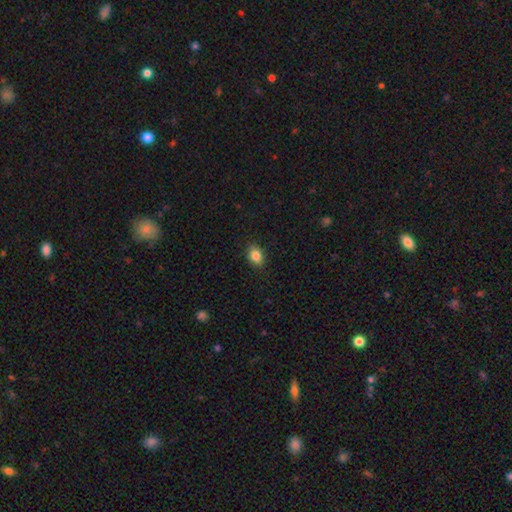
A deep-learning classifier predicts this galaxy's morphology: Smooth or featured: smooth — 86% (star or artifact — 9%)
How rounded: in between — 70% (round — 29%)
Merging: none — 87% (minor disturbance — 9%)